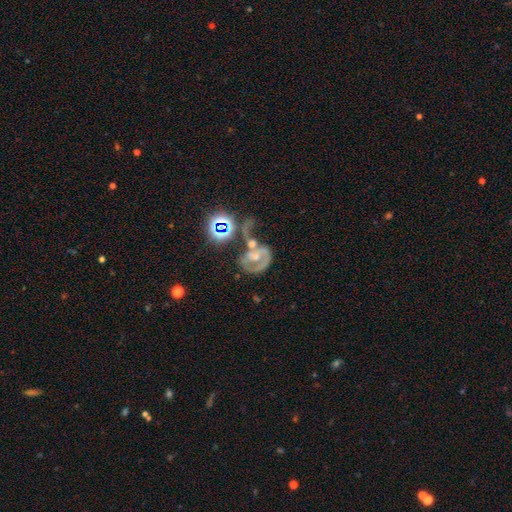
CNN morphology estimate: Smooth or featured: featured or disk — 67% (smooth — 18%)
Edge-on disk: no — 98% (yes — 2%)
Bar: no — 54% (weak — 32%)
Spiral arms: yes — 67% (no — 33%)
Bulge size: moderate — 45% (small — 31%)
Merging: merger — 42% (major disturbance — 25%)